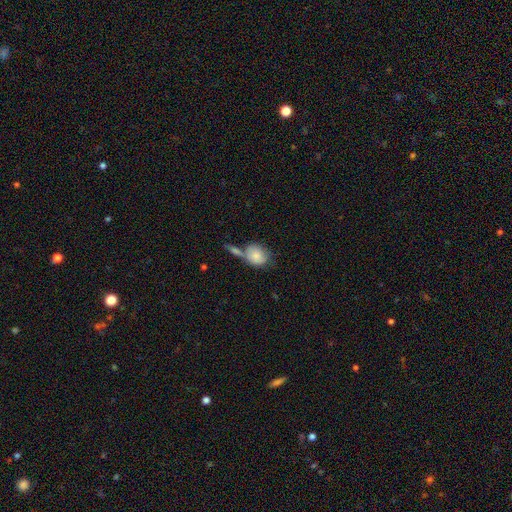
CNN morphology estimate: smooth-or-featured: smooth: 79% | featured or disk: 14% | star or artifact: 7%
  how-rounded: round: 55% | in between: 43% | cigar-shaped: 2%
  merging: merger: 39% | none: 37% | minor disturbance: 16% | major disturbance: 8%